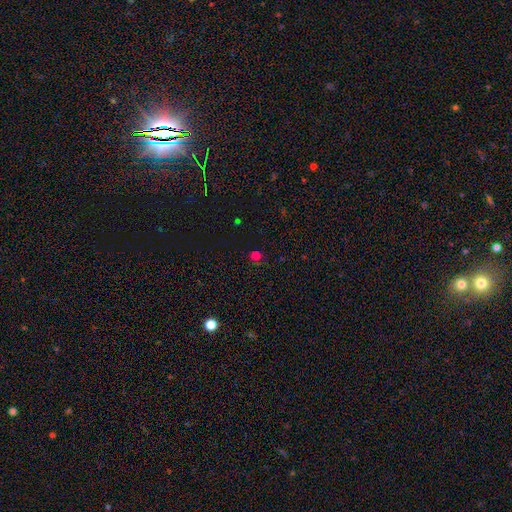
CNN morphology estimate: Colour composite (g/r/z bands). It shows a smooth galaxy with no disk features (70%) that is round (84%). Merging: none (83%).